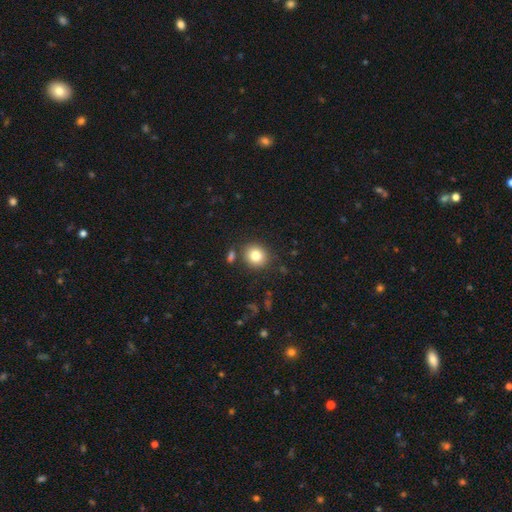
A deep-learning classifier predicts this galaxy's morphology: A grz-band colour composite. It shows a smooth galaxy with no disk features (81%) that is round (79%). Merging: none (84%).